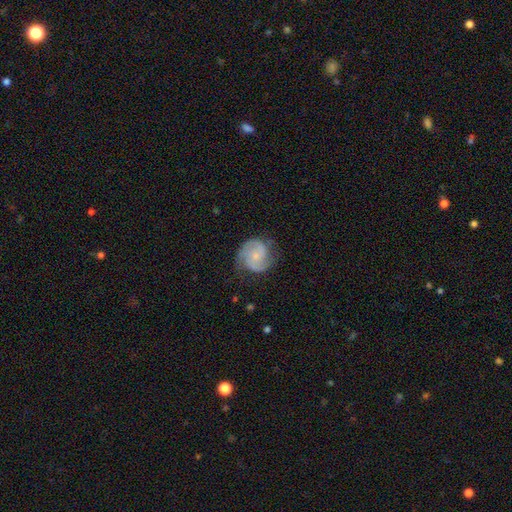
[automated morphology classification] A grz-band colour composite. It shows a featured or disk galaxy (80%) with no bar (69%), 2 (78%) medium (50%) spiral arms (96%) and a small central bulge (68%). Merging: none (73%).